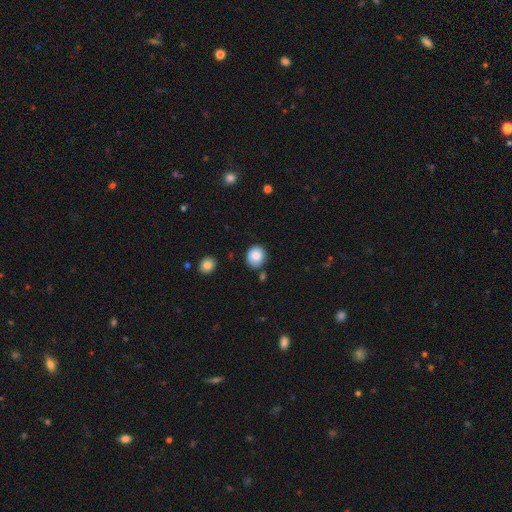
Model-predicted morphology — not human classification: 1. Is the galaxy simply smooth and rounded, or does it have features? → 85% smooth, 9% star or artifact, 6% featured or disk.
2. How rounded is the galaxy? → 81% round, 18% in between, 1% cigar-shaped.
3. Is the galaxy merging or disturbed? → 82% none, 12% minor disturbance, 4% merger, 2% major disturbance.